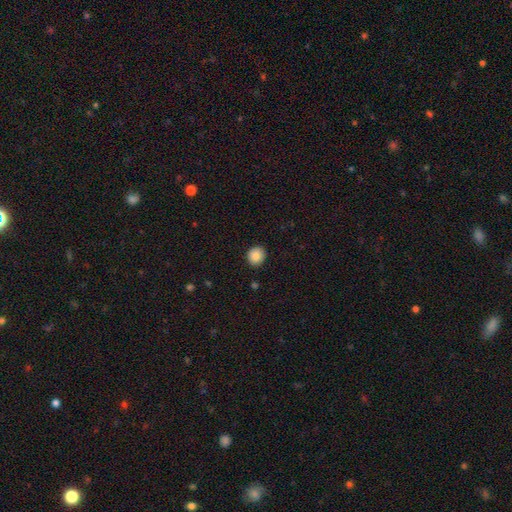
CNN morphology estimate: Smooth or featured? Predicted: smooth (p=0.86). How rounded? Predicted: round (p=0.79). Merging? Predicted: none (p=0.89).